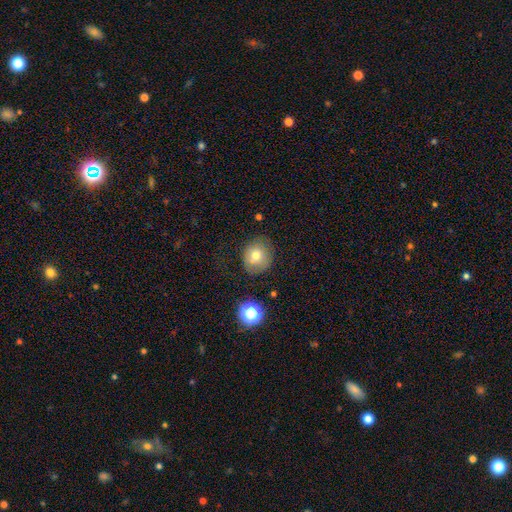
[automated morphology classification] smooth_or_featured: smooth (p=0.72) [alt: featured or disk p=0.15]
how_rounded: round (p=0.78) [alt: in between p=0.21]
merging: none (p=0.71) [alt: minor disturbance p=0.20]